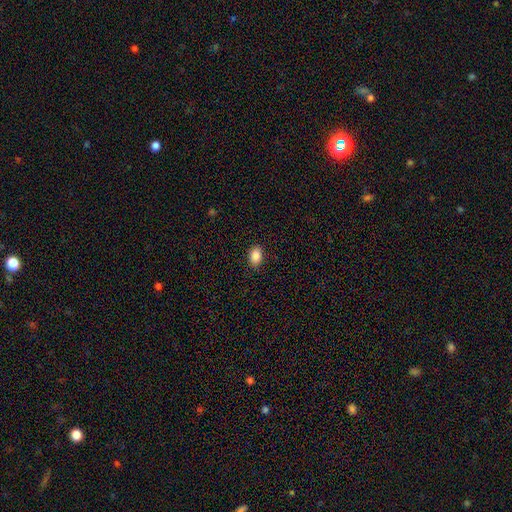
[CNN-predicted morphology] Smooth or featured: smooth — 88% (star or artifact — 8%)
How rounded: in between — 86% (round — 13%)
Merging: none — 87% (minor disturbance — 10%)